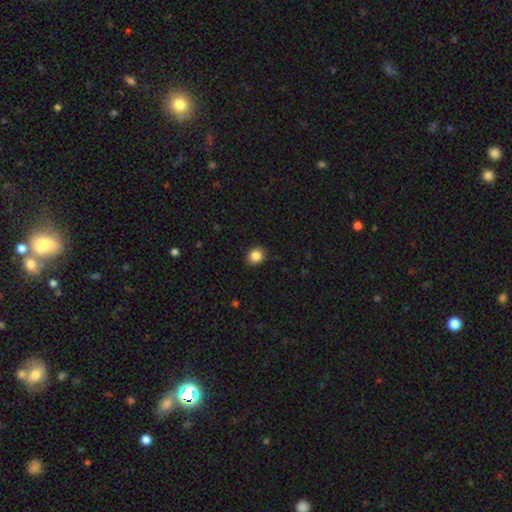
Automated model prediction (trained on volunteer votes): smooth-or-featured: smooth: 86% | star or artifact: 10% | featured or disk: 5%
  how-rounded: round: 66% | in between: 33% | cigar-shaped: 1%
  merging: none: 89% | minor disturbance: 8% | major disturbance: 2% | merger: 1%